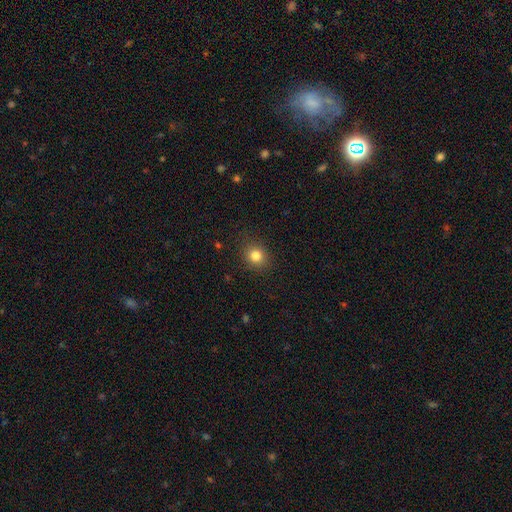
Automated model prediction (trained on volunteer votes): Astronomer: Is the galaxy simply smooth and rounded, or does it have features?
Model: smooth — 82%.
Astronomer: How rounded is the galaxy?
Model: round — 78%.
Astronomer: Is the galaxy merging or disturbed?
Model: none — 87%.